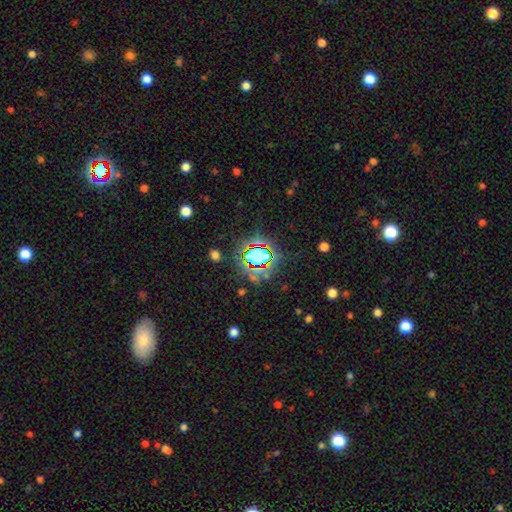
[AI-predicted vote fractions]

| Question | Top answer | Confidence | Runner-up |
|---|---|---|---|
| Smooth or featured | star or artifact | 67% | smooth (21%) |